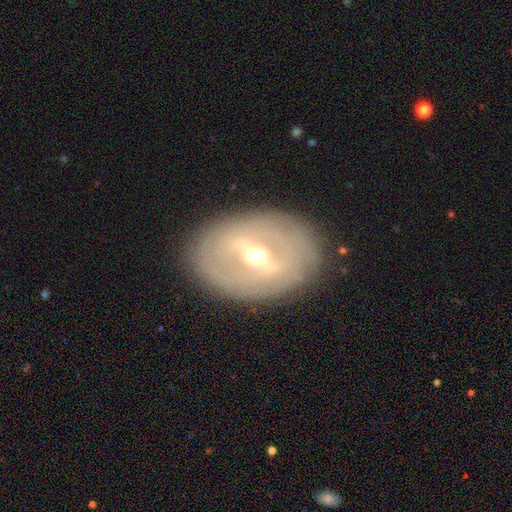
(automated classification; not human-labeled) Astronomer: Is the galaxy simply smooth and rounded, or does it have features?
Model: featured or disk — 76%.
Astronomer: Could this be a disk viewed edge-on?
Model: no — 91%.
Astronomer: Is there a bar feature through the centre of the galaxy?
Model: strong — 56% (runner-up: weak, 34%).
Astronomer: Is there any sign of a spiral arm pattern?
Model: no — 53% (runner-up: yes, 47%).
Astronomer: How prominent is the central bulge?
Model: moderate — 54% (runner-up: small, 42%).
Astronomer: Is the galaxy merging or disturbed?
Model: none — 85%.